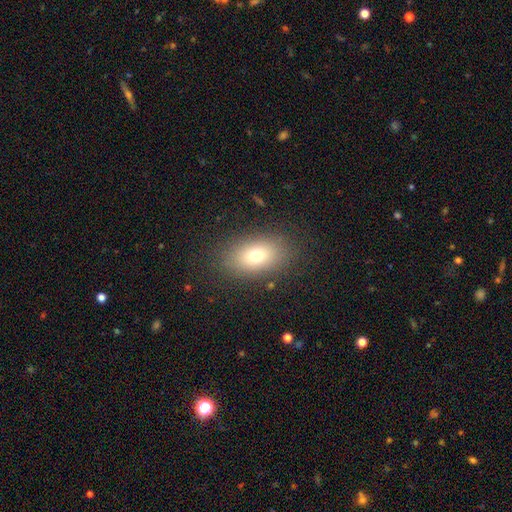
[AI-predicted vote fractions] smooth_or_featured: smooth (p=0.73) [alt: featured or disk p=0.14]
how_rounded: in between (p=0.81) [alt: round p=0.17]
merging: none (p=0.84) [alt: minor disturbance p=0.10]